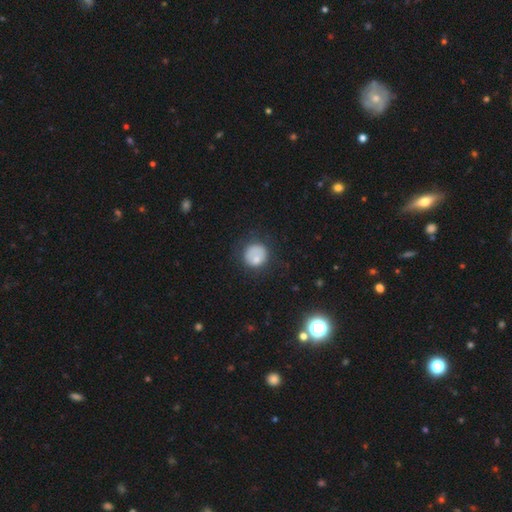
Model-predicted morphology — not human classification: type=smooth (73%); roundness=round (85%); merging=none (59%).